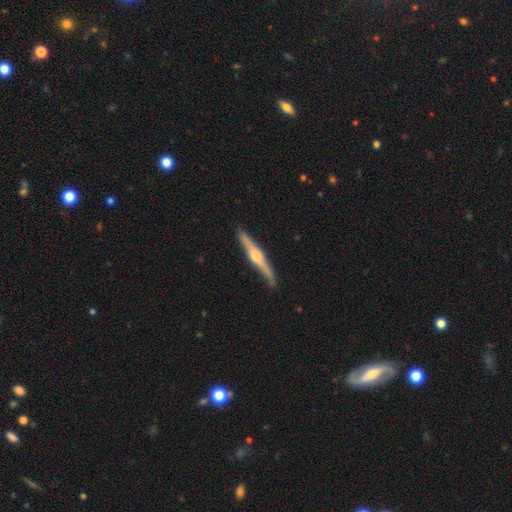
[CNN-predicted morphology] Smooth or featured?
  - featured or disk: 76% *
  - smooth: 20%
  - star or artifact: 5%
Edge-on disk?
  - yes: 98% *
  - no: 2%
Edge-on bulge?
  - rounded: 91% *
  - boxy: 5%
  - none: 4%
Merging?
  - none: 90% *
  - minor disturbance: 8%
  - major disturbance: 1%
  - merger: 1%